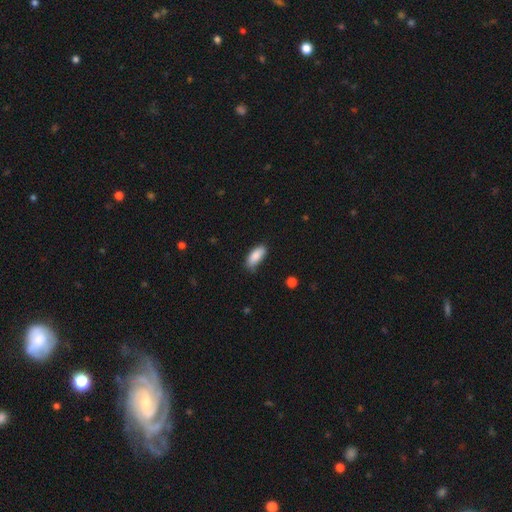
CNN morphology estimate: This is clearly a smooth galaxy (87%). How rounded: clearly in between (84%). Merging: likely none (73%).